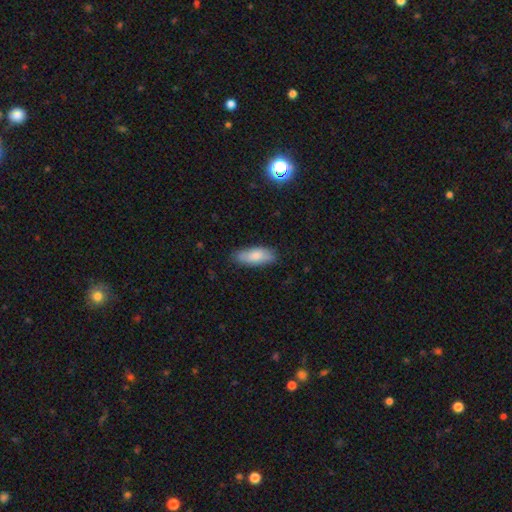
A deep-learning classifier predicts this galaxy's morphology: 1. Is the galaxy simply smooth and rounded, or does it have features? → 79% smooth, 15% featured or disk, 6% star or artifact.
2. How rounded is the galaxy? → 79% in between, 19% cigar-shaped, 2% round.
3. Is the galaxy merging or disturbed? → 79% none, 17% minor disturbance, 3% major disturbance, 1% merger.